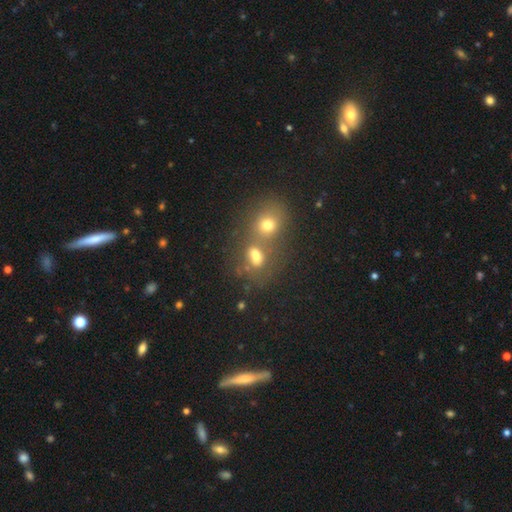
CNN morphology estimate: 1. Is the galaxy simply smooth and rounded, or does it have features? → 66% smooth, 18% star or artifact, 16% featured or disk.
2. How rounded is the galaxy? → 59% in between, 39% round, 2% cigar-shaped.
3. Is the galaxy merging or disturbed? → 57% merger, 30% none, 8% minor disturbance, 5% major disturbance.